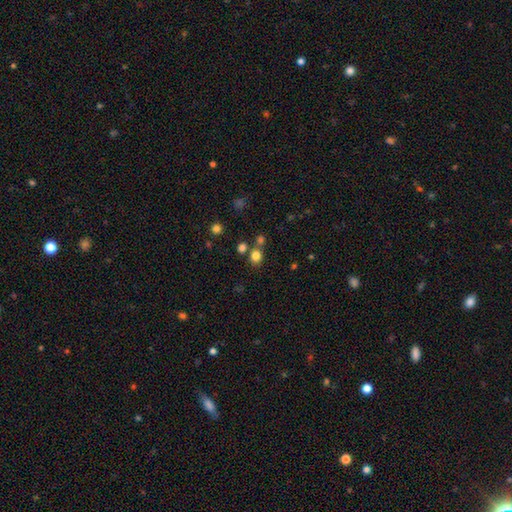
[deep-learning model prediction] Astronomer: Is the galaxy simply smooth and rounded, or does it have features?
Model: smooth — 79%.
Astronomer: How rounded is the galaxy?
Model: round — 66%.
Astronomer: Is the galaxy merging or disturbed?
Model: none — 70%.